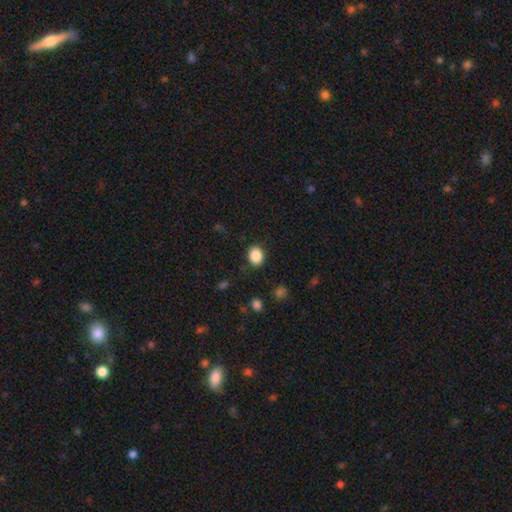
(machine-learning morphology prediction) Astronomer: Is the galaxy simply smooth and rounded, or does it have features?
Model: smooth — 87%.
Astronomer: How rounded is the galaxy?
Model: round — 52% (runner-up: in between, 47%).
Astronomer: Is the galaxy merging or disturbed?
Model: none — 86%.